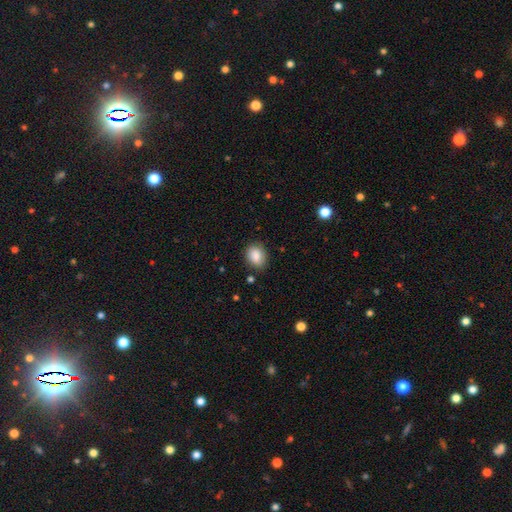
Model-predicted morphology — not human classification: This is clearly a smooth galaxy (86%). How rounded: possibly in between (57%). Merging: clearly none (82%).